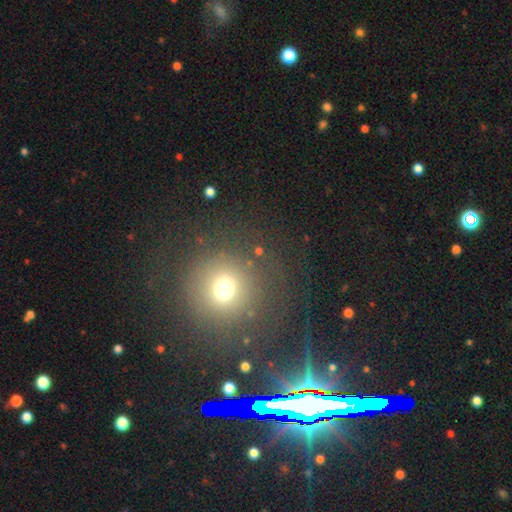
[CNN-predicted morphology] Q: Smooth or featured?
A: smooth (47%); runner-up: star or artifact (38%)
Q: Merging?
A: none (87%); runner-up: minor disturbance (7%)